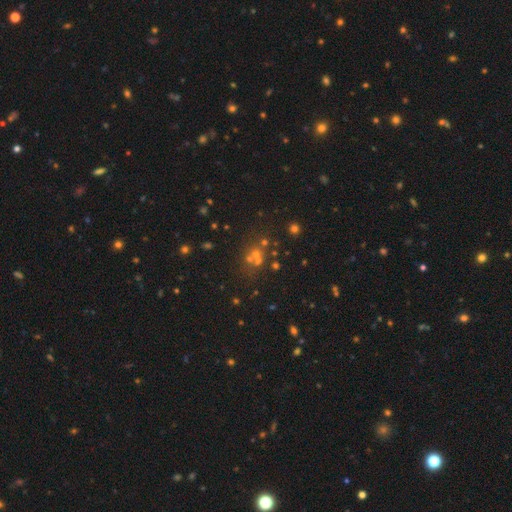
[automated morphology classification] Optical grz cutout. It shows a star or artifact, not a galaxy (42%).